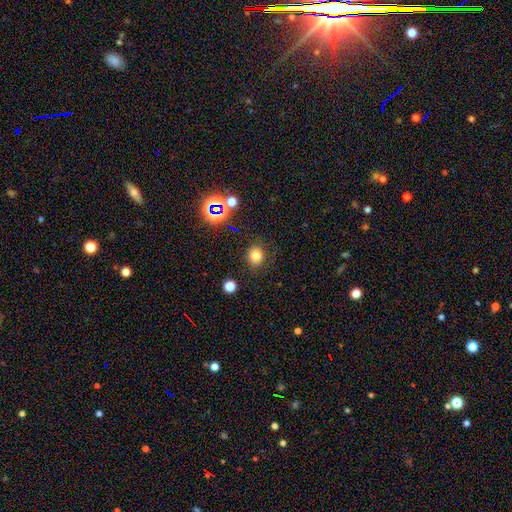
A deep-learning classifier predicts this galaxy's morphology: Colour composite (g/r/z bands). It shows a smooth galaxy with no disk features (76%) that is round (74%). Merging: none (82%).